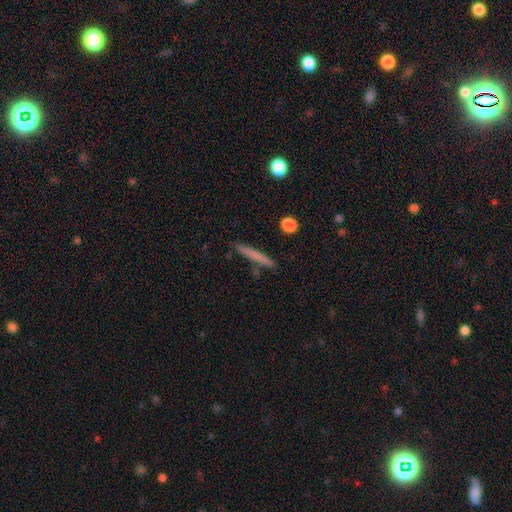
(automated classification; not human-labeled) Smooth or featured?
  - smooth: 70% *
  - featured or disk: 24%
  - star or artifact: 7%
How rounded?
  - cigar-shaped: 96% *
  - in between: 3%
  - round: 2%
Merging?
  - none: 87% *
  - minor disturbance: 8%
  - merger: 3%
  - major disturbance: 2%